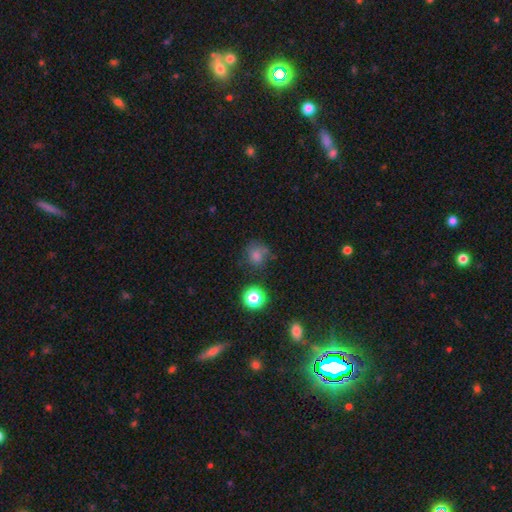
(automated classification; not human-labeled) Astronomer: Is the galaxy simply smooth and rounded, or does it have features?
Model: smooth — 67%.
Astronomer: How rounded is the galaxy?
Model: round — 80%.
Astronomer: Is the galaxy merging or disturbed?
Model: none — 64%.